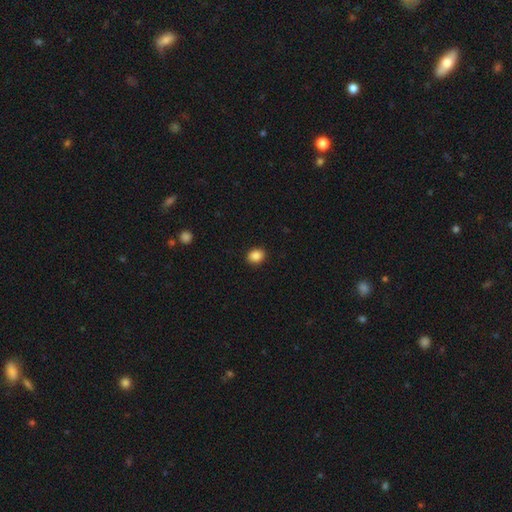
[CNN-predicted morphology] Smooth or featured? smooth (87%)
How rounded? round (55%)
Merging? none (91%)